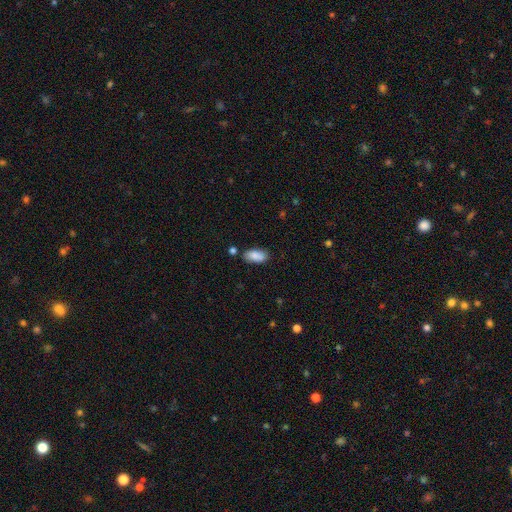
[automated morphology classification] The model was most divided on "merging": none: 77%, minor disturbance: 15%, merger: 5%, major disturbance: 3%. More confident: how rounded — in between (92%); smooth or featured — smooth (84%).